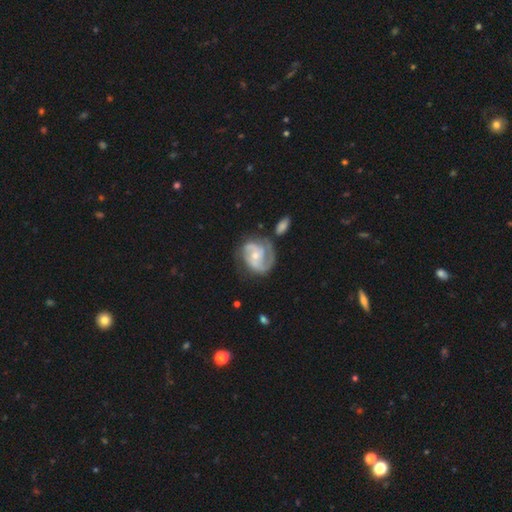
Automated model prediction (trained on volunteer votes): This appears to be a featured or disk galaxy (84%) with no bar (57%), 2 (67%) medium (47%) spiral arms (95%) and a small central bulge (53%). Merging: none (55%).